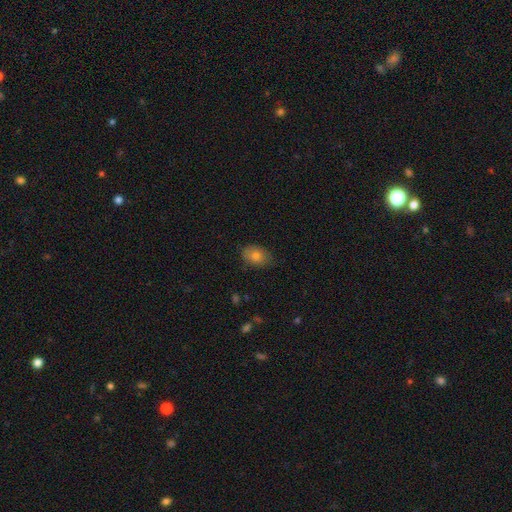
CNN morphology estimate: This is likely a smooth galaxy (77%). How rounded: clearly in between (83%). Merging: likely none (74%).